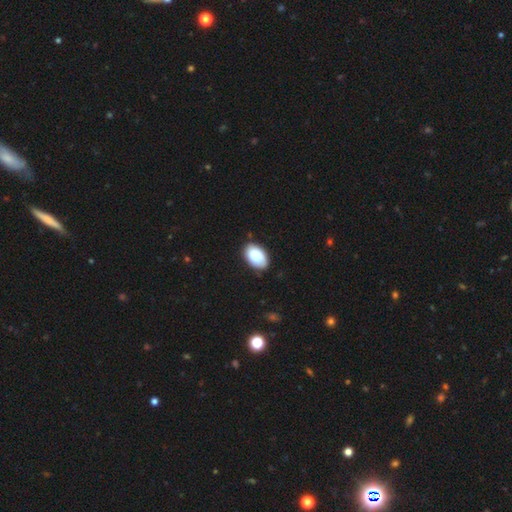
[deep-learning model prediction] smooth-or-featured: smooth: 84% | featured or disk: 10% | star or artifact: 6%
  how-rounded: in between: 92% | round: 7% | cigar-shaped: 1%
  merging: none: 76% | minor disturbance: 19% | major disturbance: 3% | merger: 2%